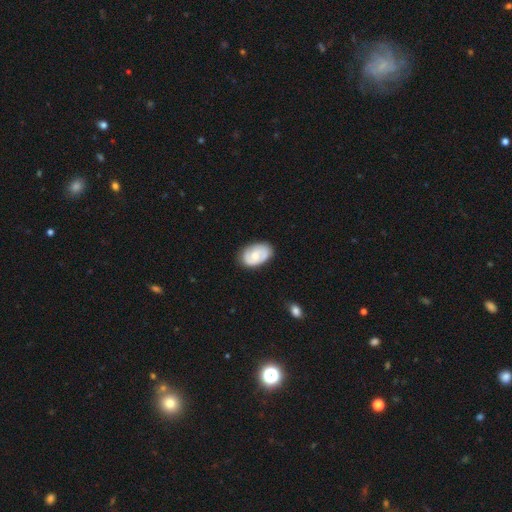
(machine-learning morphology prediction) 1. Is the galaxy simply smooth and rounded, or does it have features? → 55% featured or disk, 39% smooth, 6% star or artifact.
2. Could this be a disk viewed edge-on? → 96% no, 4% yes.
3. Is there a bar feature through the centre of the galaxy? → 66% no, 29% weak, 5% strong.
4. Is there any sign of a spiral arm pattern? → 80% yes, 20% no.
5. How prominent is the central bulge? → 50% moderate, 39% small, 5% none, 5% large, 1% dominant.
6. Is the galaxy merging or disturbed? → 77% none, 18% minor disturbance, 4% major disturbance, 1% merger.